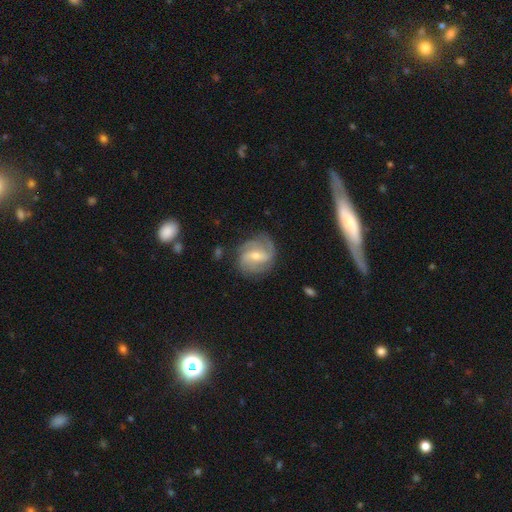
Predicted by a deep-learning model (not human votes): featured or disk 81%, smooth 13%, star or artifact 6%. Down the decision tree: edge-on disk — no (96%); bar — weak (47%); spiral arms — yes (93%); spiral arm count — 2 (57%); spiral winding — medium (43%); bulge size — moderate (48%); merging — none (75%).